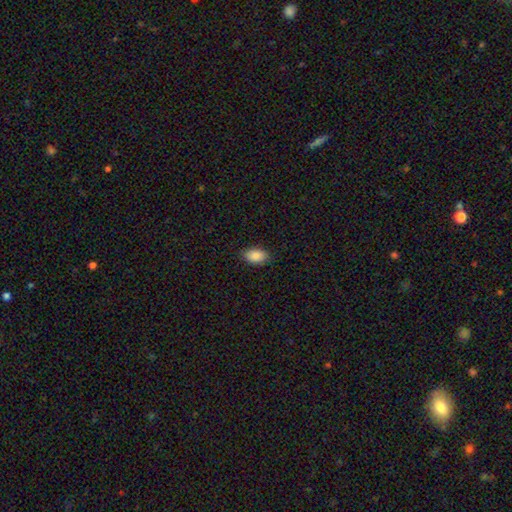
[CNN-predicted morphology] This is clearly a smooth galaxy (88%). How rounded: clearly in between (91%). Merging: clearly none (87%).